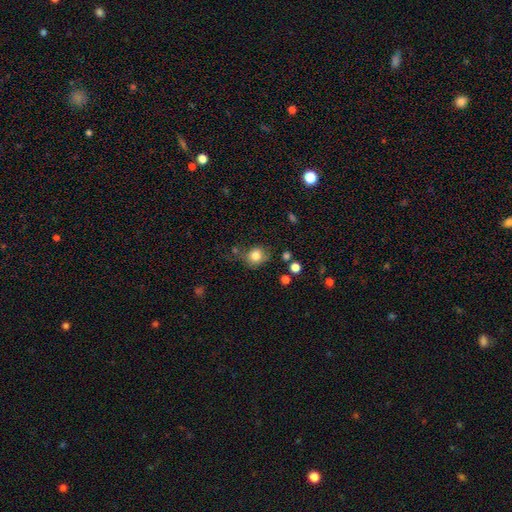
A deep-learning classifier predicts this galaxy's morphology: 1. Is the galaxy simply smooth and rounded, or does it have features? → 81% smooth, 11% star or artifact, 8% featured or disk.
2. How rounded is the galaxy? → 72% round, 27% in between, 1% cigar-shaped.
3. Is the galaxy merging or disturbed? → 65% none, 22% minor disturbance, 7% major disturbance, 6% merger.